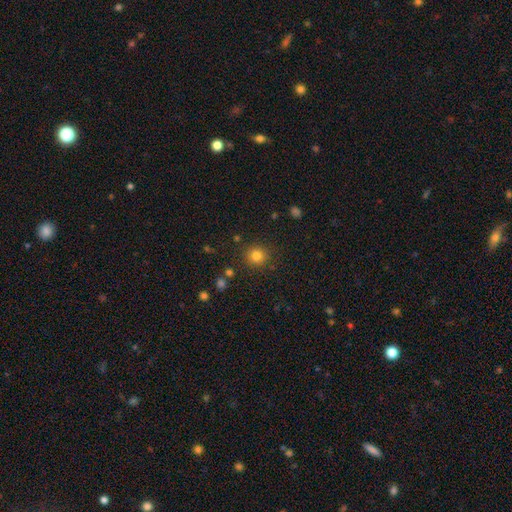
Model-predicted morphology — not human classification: smooth 81%, star or artifact 13%, featured or disk 6%. Down the decision tree: how rounded — round (92%); merging — none (88%).